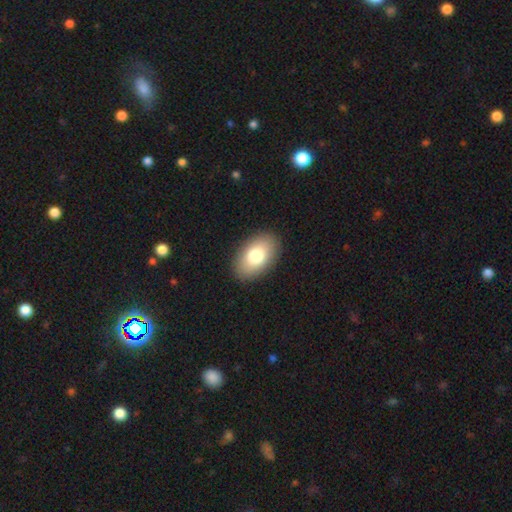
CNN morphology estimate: smooth_or_featured: smooth (p=0.79) [alt: featured or disk p=0.14]
how_rounded: in between (p=0.91) [alt: round p=0.08]
merging: none (p=0.89) [alt: minor disturbance p=0.08]